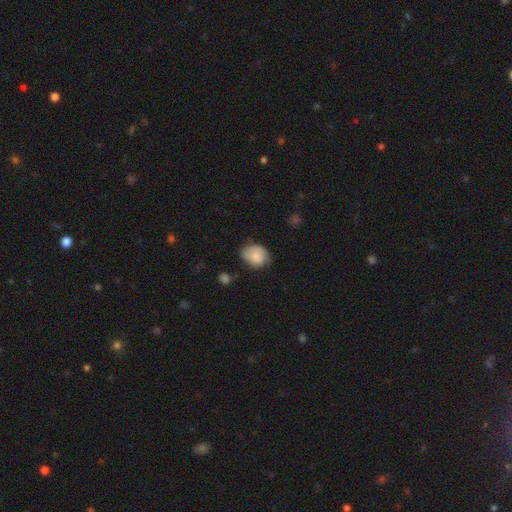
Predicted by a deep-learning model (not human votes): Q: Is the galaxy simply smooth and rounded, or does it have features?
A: smooth — 80%.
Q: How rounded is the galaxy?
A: in between — 51%.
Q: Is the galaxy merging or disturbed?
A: none — 56%.